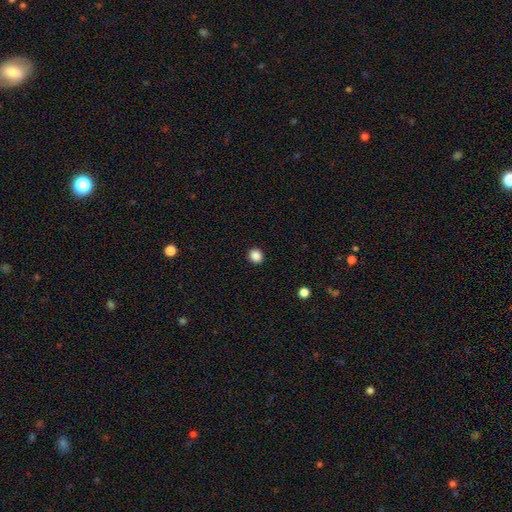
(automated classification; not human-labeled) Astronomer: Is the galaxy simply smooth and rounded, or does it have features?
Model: smooth — 87%.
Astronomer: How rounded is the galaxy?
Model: round — 82%.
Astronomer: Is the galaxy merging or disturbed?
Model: none — 93%.